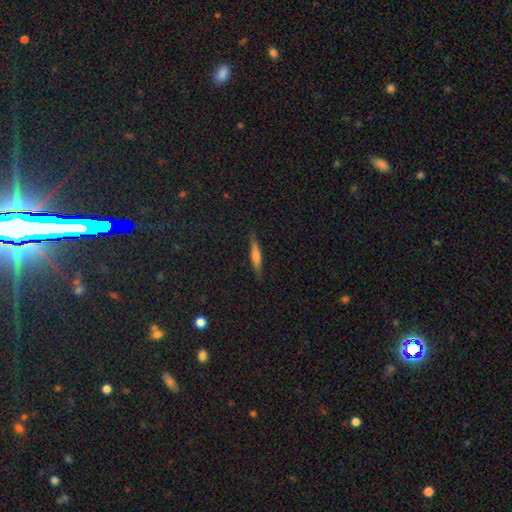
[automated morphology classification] smooth-or-featured: smooth: 55% | featured or disk: 36% | star or artifact: 9%
  how-rounded: cigar-shaped: 88% | in between: 10% | round: 2%
  merging: none: 87% | minor disturbance: 10% | major disturbance: 2% | merger: 1%